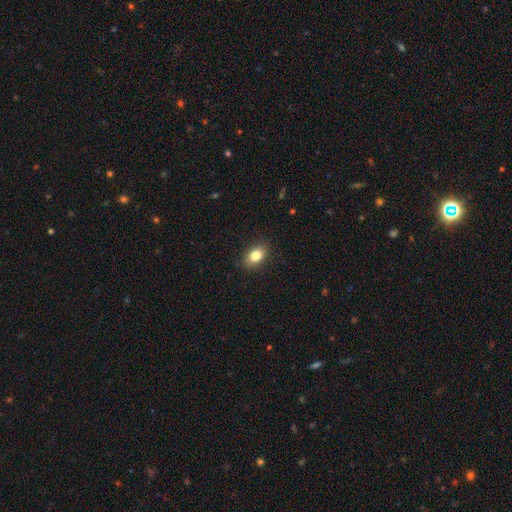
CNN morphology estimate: Overall: smooth (83%). How rounded: in between (84%). Merging: none (87%).